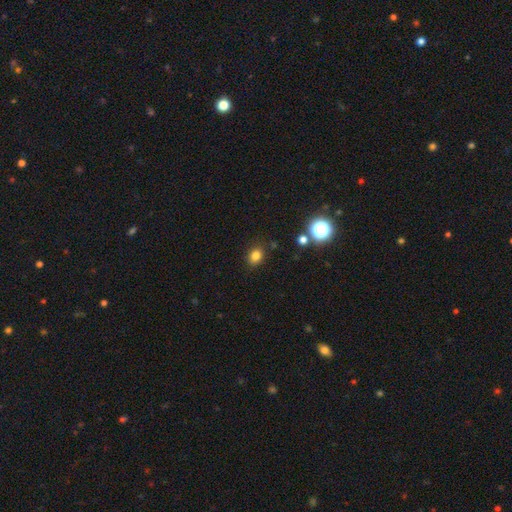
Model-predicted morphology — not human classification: Overall: smooth (80%). How rounded: in between (52%; round 47%). Merging: none (85%).